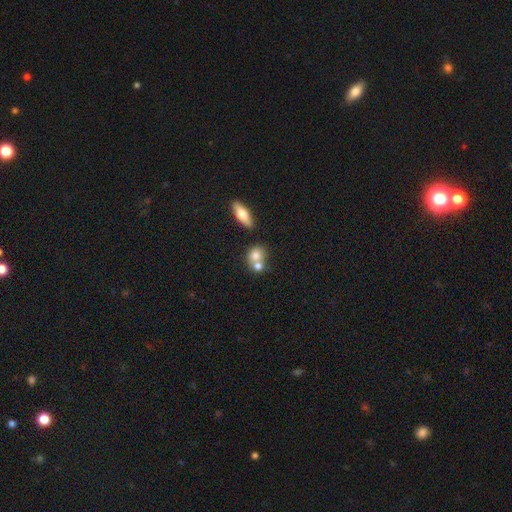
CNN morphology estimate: The model was most divided on "merging": merger: 53%, none: 37%, minor disturbance: 8%, major disturbance: 3%. More confident: smooth or featured — smooth (75%); how rounded — round (66%).